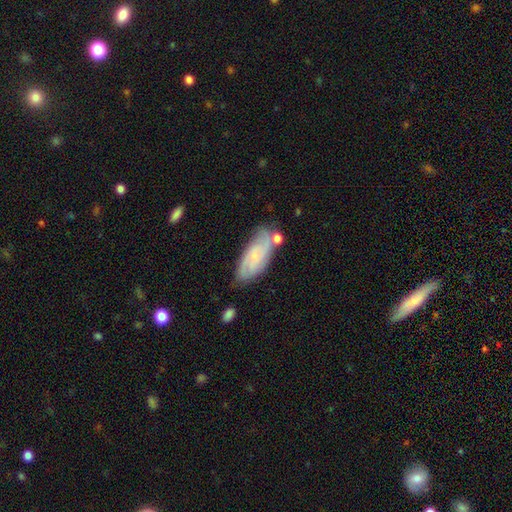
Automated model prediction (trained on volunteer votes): Smooth or featured?
  - featured or disk: 54% *
  - smooth: 39%
  - star or artifact: 8%
Edge-on disk?
  - no: 90% *
  - yes: 10%
Merging?
  - none: 65% *
  - minor disturbance: 22%
  - merger: 7%
  - major disturbance: 6%